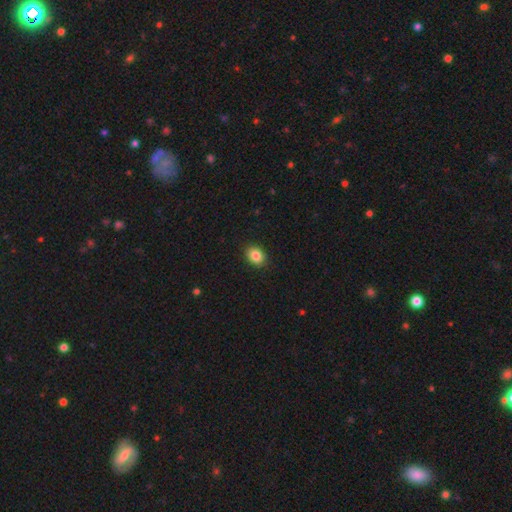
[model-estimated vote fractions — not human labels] This appears to be a smooth galaxy with no disk features (85%) that is in between round and cigar-shaped (61%). Merging: none (90%).